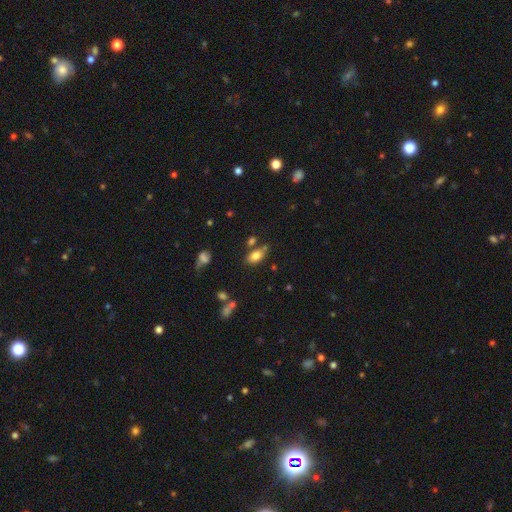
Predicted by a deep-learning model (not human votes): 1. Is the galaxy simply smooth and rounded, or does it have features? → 79% smooth, 12% featured or disk, 9% star or artifact.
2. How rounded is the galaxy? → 89% in between, 7% round, 4% cigar-shaped.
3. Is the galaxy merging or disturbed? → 65% none, 18% minor disturbance, 13% merger, 5% major disturbance.